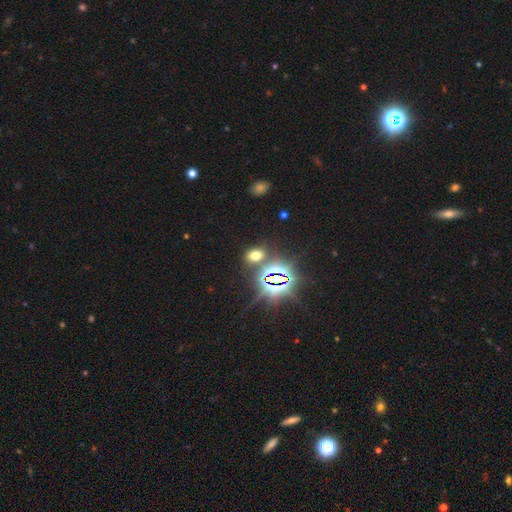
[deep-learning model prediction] Morphology: type=smooth (50%); roundness=in between (77%); merging=none (77%).